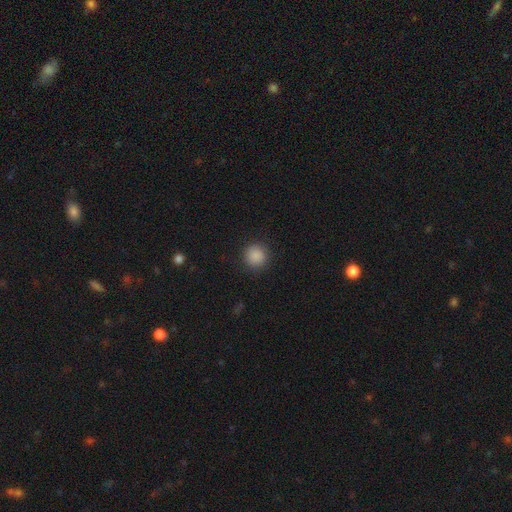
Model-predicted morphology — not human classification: smooth 88%, star or artifact 9%, featured or disk 3%. Down the decision tree: how rounded — round (93%); merging — none (90%).